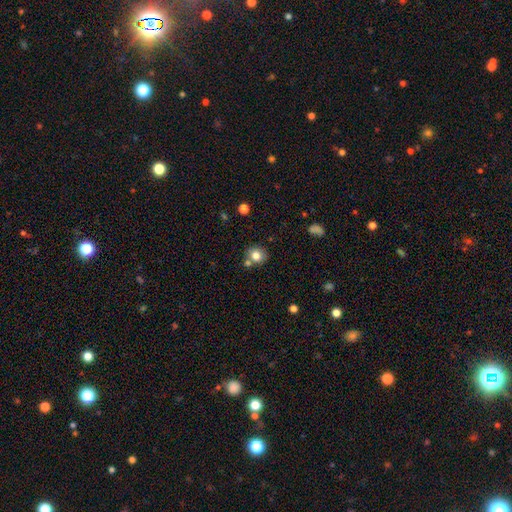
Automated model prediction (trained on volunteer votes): smooth-or-featured: smooth: 80% | star or artifact: 11% | featured or disk: 10%
  how-rounded: round: 81% | in between: 18% | cigar-shaped: 1%
  merging: none: 69% | merger: 17% | minor disturbance: 11% | major disturbance: 3%